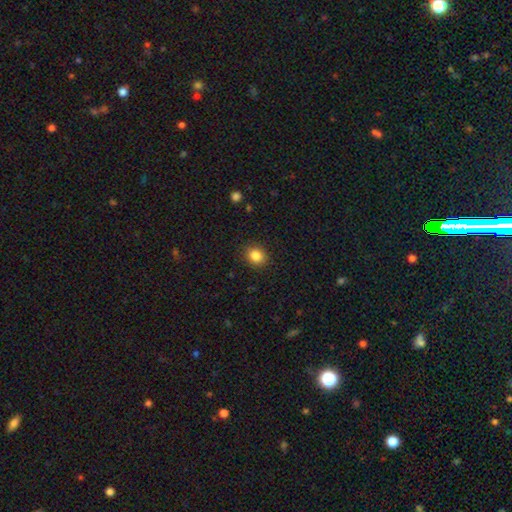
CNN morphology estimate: Smooth or featured?
  - smooth: 85% *
  - star or artifact: 10%
  - featured or disk: 4%
How rounded?
  - round: 72% *
  - in between: 27%
  - cigar-shaped: 1%
Merging?
  - none: 89% *
  - minor disturbance: 8%
  - major disturbance: 2%
  - merger: 1%